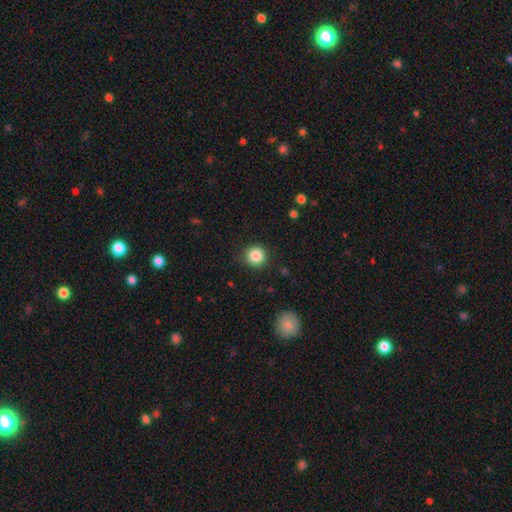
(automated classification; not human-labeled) Smooth or featured: smooth — 85% (star or artifact — 10%)
How rounded: round — 94% (in between — 6%)
Merging: none — 88% (minor disturbance — 8%)